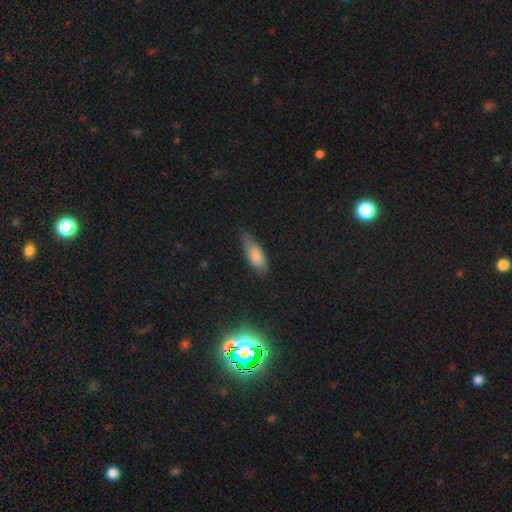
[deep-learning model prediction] This appears to be a smooth galaxy with no disk features (77%) that is in between round and cigar-shaped (76%). Merging: none (53%).